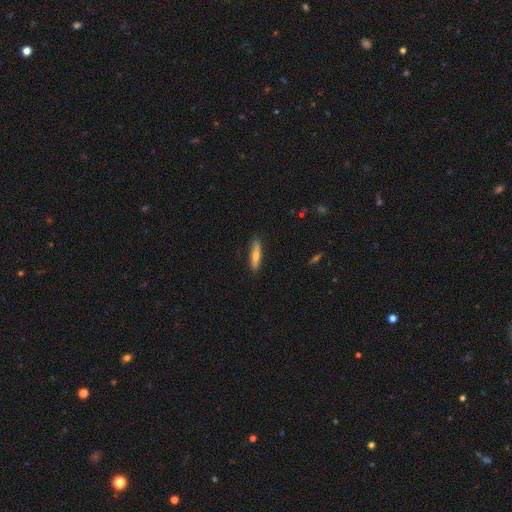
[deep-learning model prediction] smooth_or_featured: smooth (p=0.62) [alt: featured or disk p=0.32]
how_rounded: cigar-shaped (p=0.80) [alt: in between p=0.18]
merging: none (p=0.88) [alt: minor disturbance p=0.09]